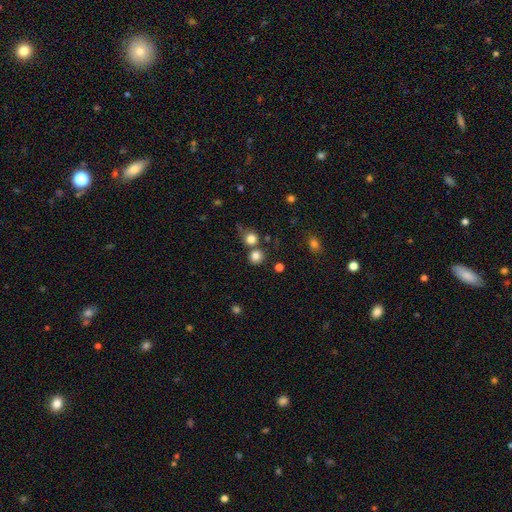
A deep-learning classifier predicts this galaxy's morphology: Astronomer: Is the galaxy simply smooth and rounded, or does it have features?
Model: smooth — 80%.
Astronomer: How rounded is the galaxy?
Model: round — 90%.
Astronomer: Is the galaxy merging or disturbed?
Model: none — 71%.